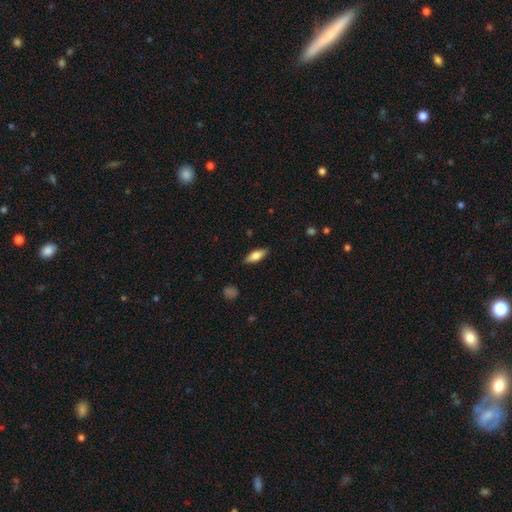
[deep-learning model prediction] smooth 70%, featured or disk 24%, star or artifact 6%. Down the decision tree: how rounded — in between (65%); merging — none (87%).